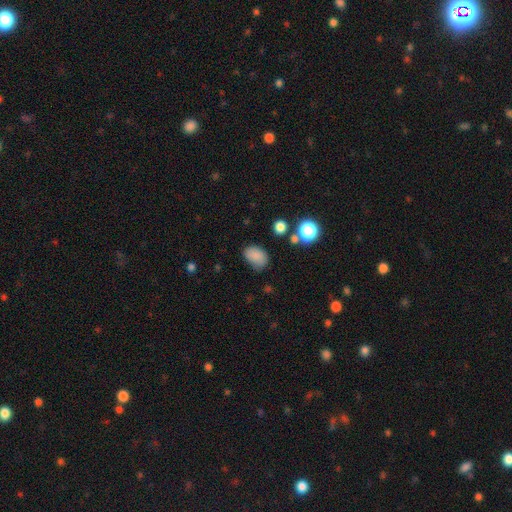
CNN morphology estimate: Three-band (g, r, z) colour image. It shows a smooth galaxy with no disk features (82%) that is in between round and cigar-shaped (77%). Merging: none (60%).